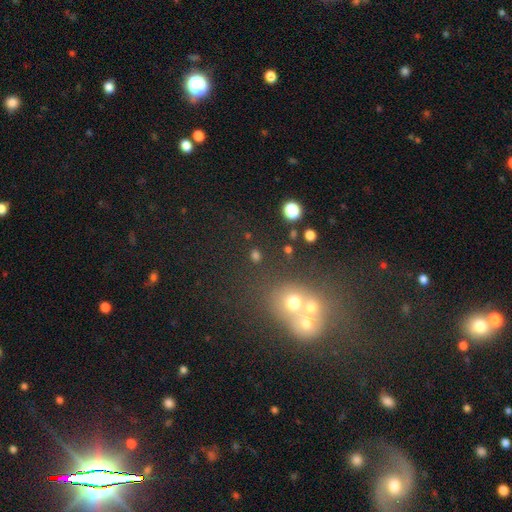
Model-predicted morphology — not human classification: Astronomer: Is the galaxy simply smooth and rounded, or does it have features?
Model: smooth — 59%.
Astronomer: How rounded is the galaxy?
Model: round — 77%.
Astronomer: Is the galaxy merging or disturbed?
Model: none — 54% (runner-up: merger, 32%).